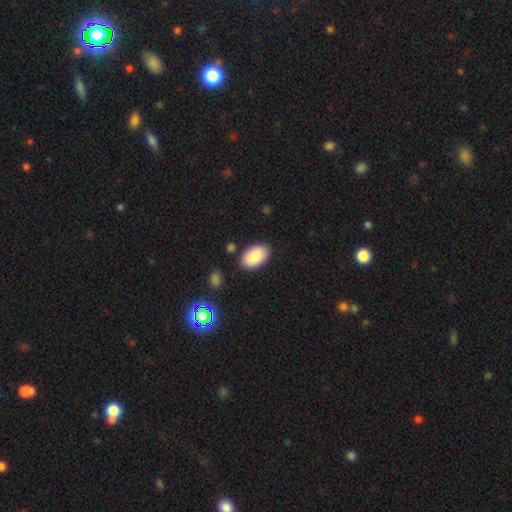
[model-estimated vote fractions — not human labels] Smooth or featured?
  - smooth: 86% *
  - star or artifact: 7%
  - featured or disk: 7%
How rounded?
  - in between: 94% *
  - round: 5%
  - cigar-shaped: 1%
Merging?
  - none: 85% *
  - minor disturbance: 10%
  - merger: 3%
  - major disturbance: 2%